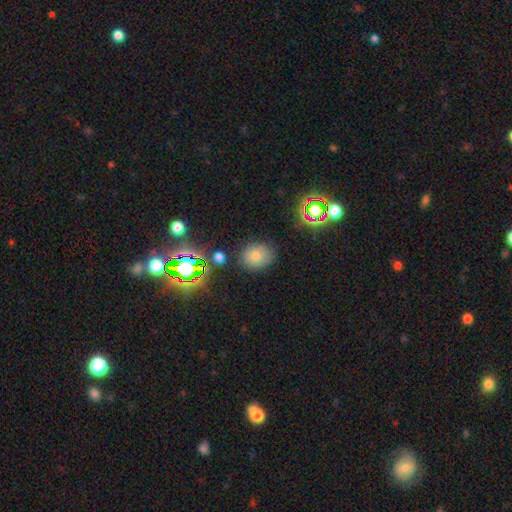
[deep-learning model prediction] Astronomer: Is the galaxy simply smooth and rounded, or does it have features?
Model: smooth — 72%.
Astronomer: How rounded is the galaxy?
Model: round — 64%.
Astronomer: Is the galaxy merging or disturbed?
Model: none — 80%.